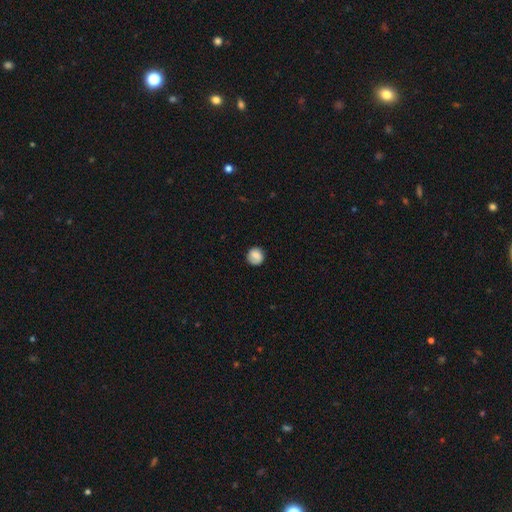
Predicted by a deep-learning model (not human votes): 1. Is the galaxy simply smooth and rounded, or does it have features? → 76% smooth, 16% featured or disk, 8% star or artifact.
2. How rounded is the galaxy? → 89% round, 10% in between, 1% cigar-shaped.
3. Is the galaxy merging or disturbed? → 79% none, 15% minor disturbance, 4% major disturbance, 1% merger.